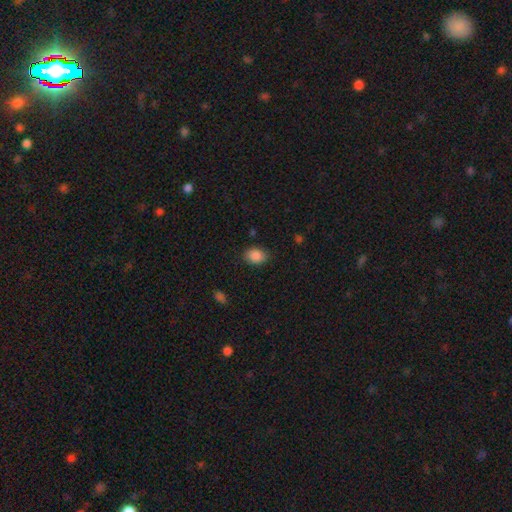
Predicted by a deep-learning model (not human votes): A smooth galaxy with no disk features (87%) that is in between round and cigar-shaped (67%). Merging: none (82%).